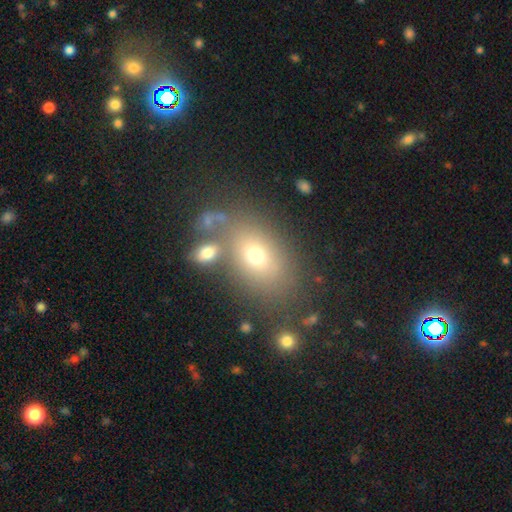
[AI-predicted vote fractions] Overall: smooth (65%). How rounded: in between (75%). Merging: none (68%).